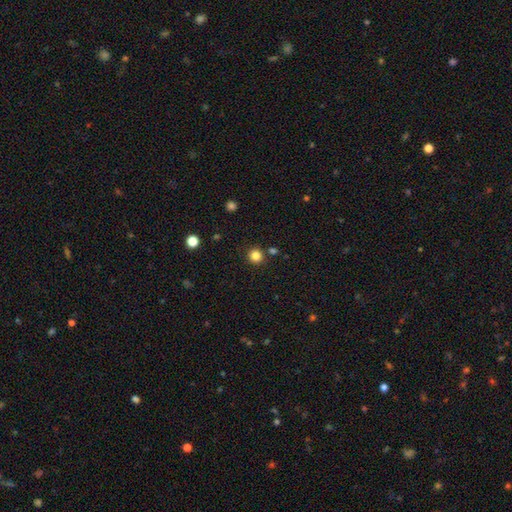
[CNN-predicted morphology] Smooth or featured? Predicted: smooth (p=0.83). How rounded? Predicted: round (p=0.93). Merging? Predicted: none (p=0.87).